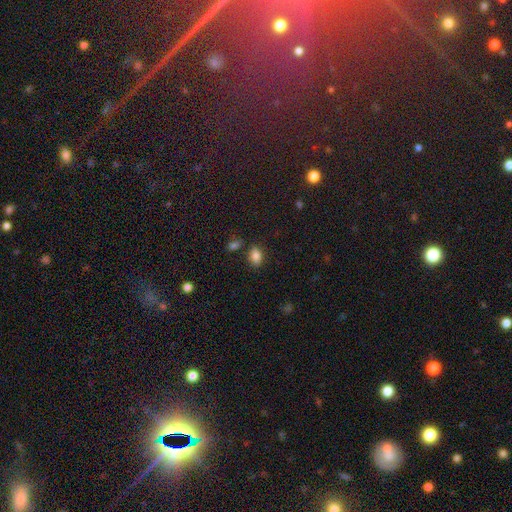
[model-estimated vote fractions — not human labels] smooth_or_featured: smooth (p=0.84) [alt: star or artifact p=0.10]
how_rounded: in between (p=0.83) [alt: round p=0.15]
merging: none (p=0.76) [alt: minor disturbance p=0.14]